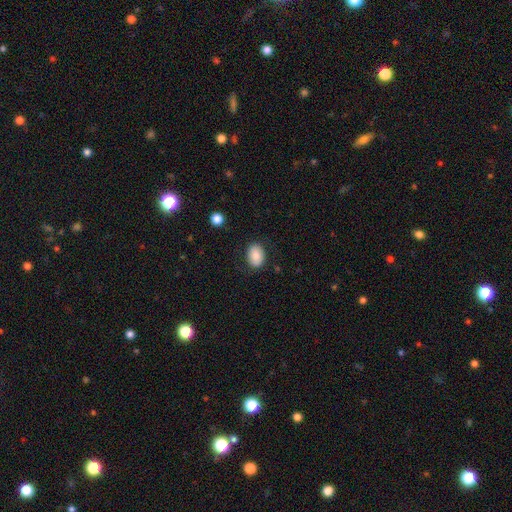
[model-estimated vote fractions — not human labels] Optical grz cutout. It shows a smooth galaxy with no disk features (83%) that is in between round and cigar-shaped (73%). Merging: none (82%).